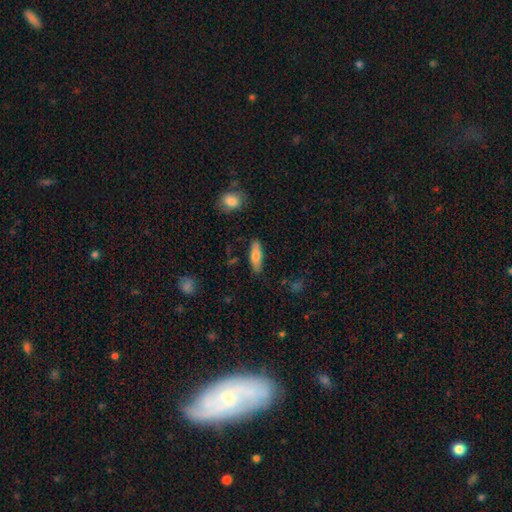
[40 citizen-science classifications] Overall: smooth (68%). How rounded: cigar-shaped (63%; in between 33%). Merging: none (76%).